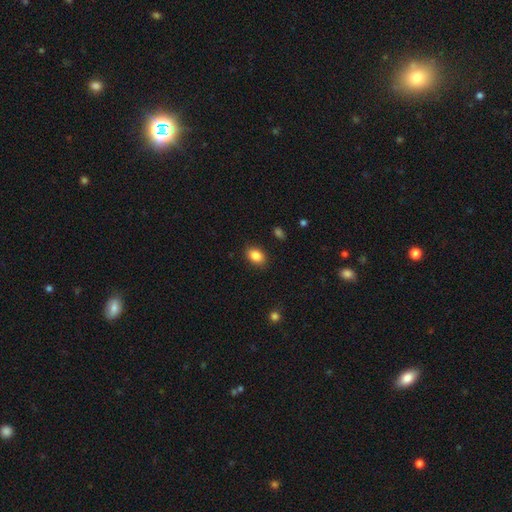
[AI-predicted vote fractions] smooth 87%, star or artifact 8%, featured or disk 5%. Down the decision tree: how rounded — in between (82%); merging — none (87%).